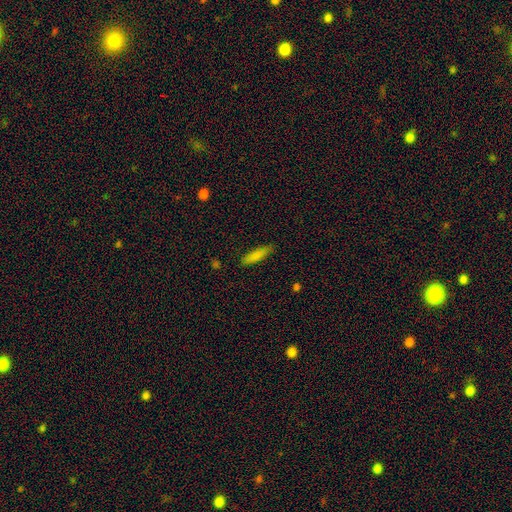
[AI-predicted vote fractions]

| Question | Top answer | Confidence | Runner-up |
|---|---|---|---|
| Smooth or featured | smooth | 81% | featured or disk (12%) |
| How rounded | cigar-shaped | 70% | in between (28%) |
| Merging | none | 86% | minor disturbance (11%) |